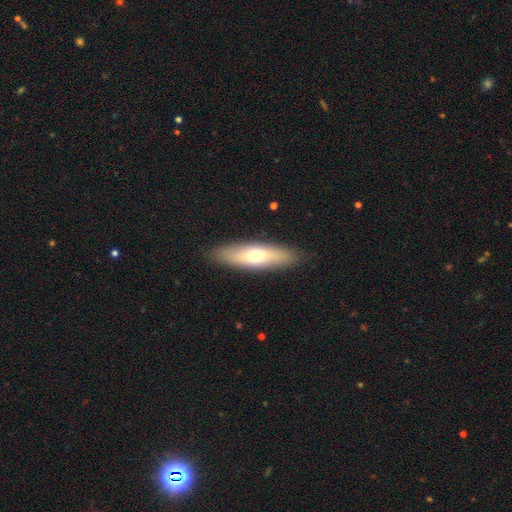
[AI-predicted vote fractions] smooth_or_featured: smooth (p=0.61) [alt: featured or disk p=0.34]
how_rounded: cigar-shaped (p=0.58) [alt: in between p=0.40]
merging: none (p=0.89) [alt: minor disturbance p=0.08]